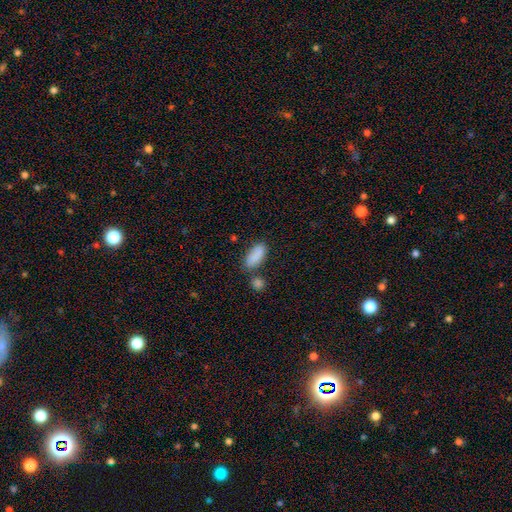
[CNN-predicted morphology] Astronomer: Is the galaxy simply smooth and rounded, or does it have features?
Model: smooth — 87%.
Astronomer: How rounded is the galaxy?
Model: in between — 85%.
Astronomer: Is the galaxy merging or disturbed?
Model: none — 62%.